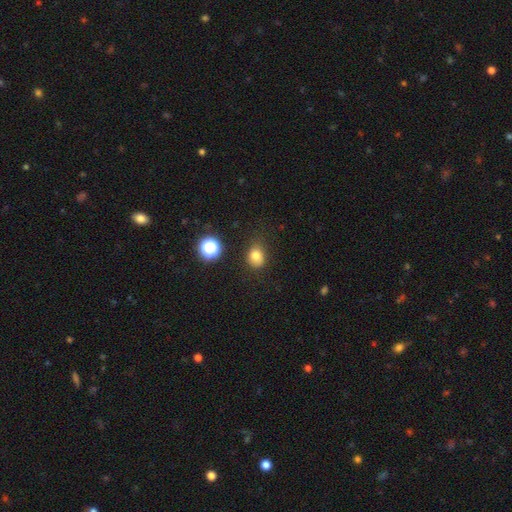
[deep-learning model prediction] This appears to be a smooth galaxy with no disk features (78%) that is round (54%). Merging: none (72%).